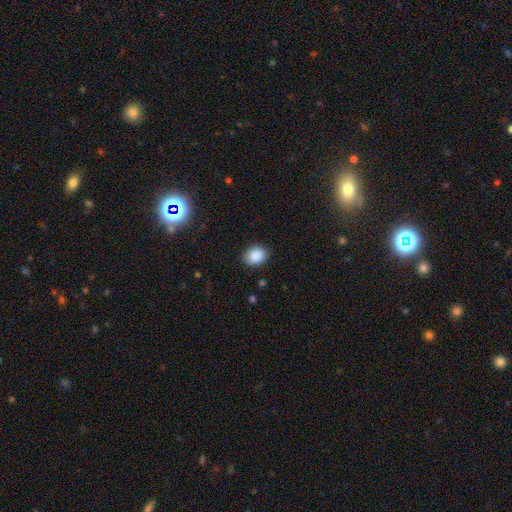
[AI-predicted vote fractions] Q: Smooth or featured?
A: smooth (88%); runner-up: star or artifact (8%)
Q: How rounded?
A: round (50%); runner-up: in between (49%)
Q: Merging?
A: none (87%); runner-up: minor disturbance (9%)